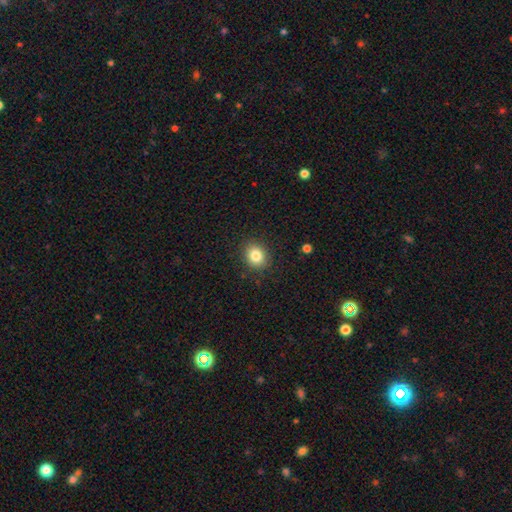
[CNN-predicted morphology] Q: Smooth or featured?
A: smooth (83%); runner-up: star or artifact (10%)
Q: How rounded?
A: round (64%); runner-up: in between (35%)
Q: Merging?
A: none (89%); runner-up: minor disturbance (8%)